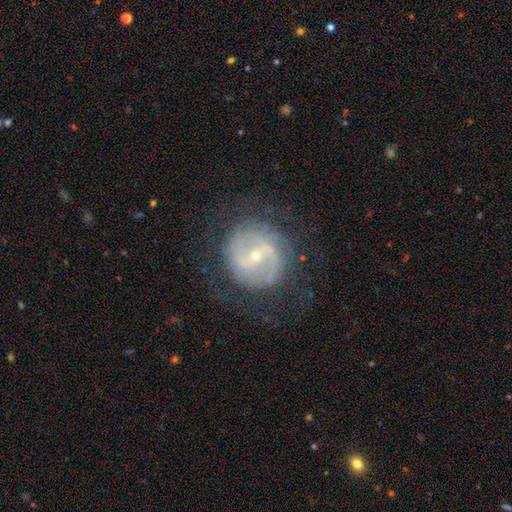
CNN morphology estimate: Q: Smooth or featured?
A: featured or disk (82%); runner-up: smooth (12%)
Q: Edge-on disk?
A: no (97%); runner-up: yes (3%)
Q: Bar?
A: weak (46%); runner-up: no (27%)
Q: Spiral arms?
A: yes (89%); runner-up: no (11%)
Q: Spiral winding?
A: medium (48%); runner-up: tight (28%)
Q: Spiral arm count?
A: 2 (84%); runner-up: can't tell (9%)
Q: Bulge size?
A: small (70%); runner-up: moderate (27%)
Q: Merging?
A: none (77%); runner-up: minor disturbance (14%)